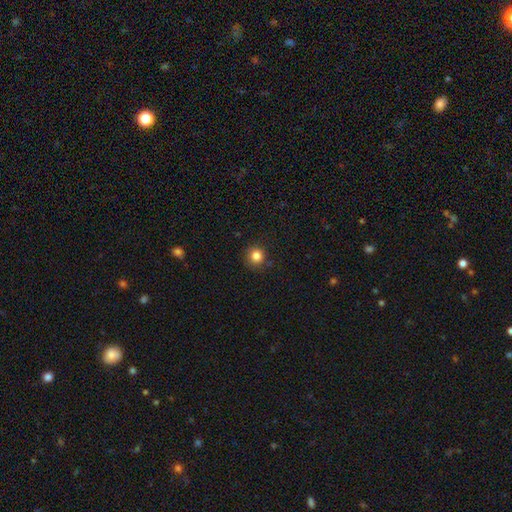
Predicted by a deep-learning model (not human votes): This is clearly a smooth galaxy (84%). How rounded: clearly round (93%). Merging: clearly none (86%).